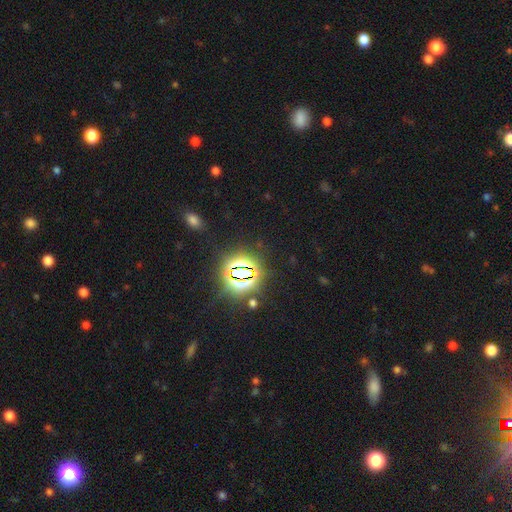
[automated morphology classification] Overall: star or artifact (79%).